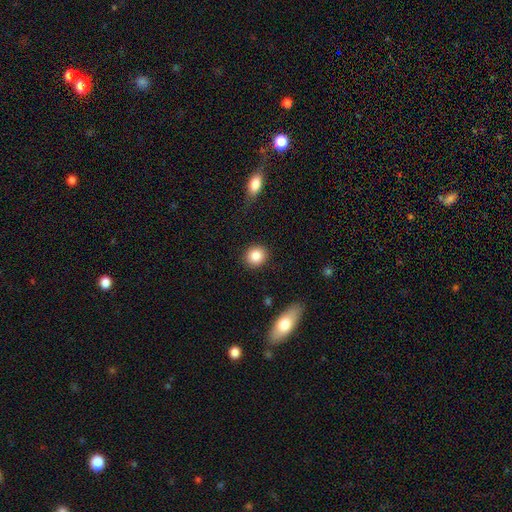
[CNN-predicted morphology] Smooth or featured: smooth — 87% (star or artifact — 9%)
How rounded: round — 82% (in between — 17%)
Merging: none — 88% (minor disturbance — 8%)